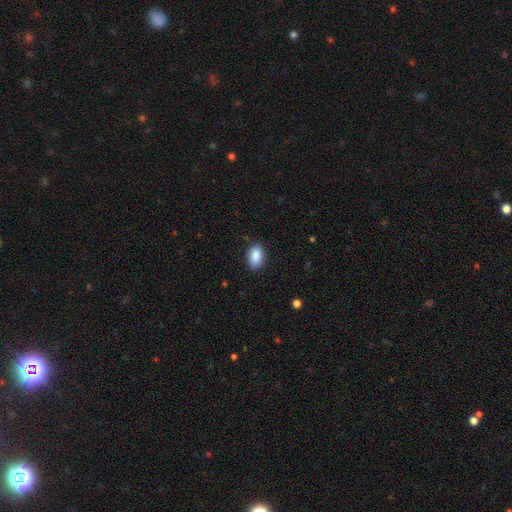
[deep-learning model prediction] A smooth galaxy with no disk features (88%) that is in between round and cigar-shaped (90%).

Vote fractions:
- Smooth or featured? smooth: 88% / star or artifact: 7% / featured or disk: 4%
- How rounded? in between: 90% / round: 8% / cigar-shaped: 2%
- Merging? none: 86% / minor disturbance: 11% / major disturbance: 2% / merger: 1%